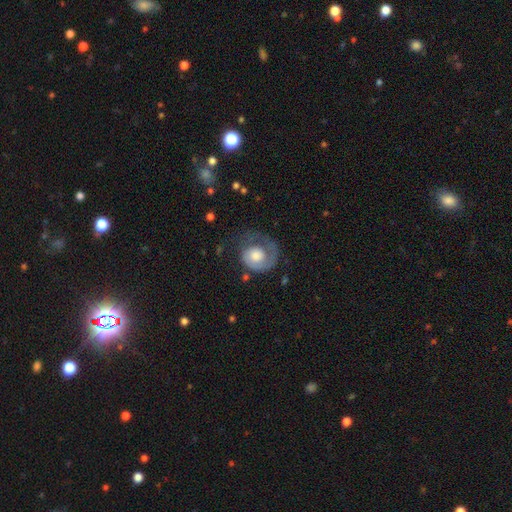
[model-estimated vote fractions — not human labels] This is likely a featured or disk galaxy (66%). It is clearly not viewed edge-on (98%). Bar: clearly no (82%). Spiral arm pattern: clearly yes (86%). Spiral arm count: clearly 1 (87%). Spiral winding: possibly tight (58%). Central bulge: marginally moderate (44%). Merging: possibly none (52%).